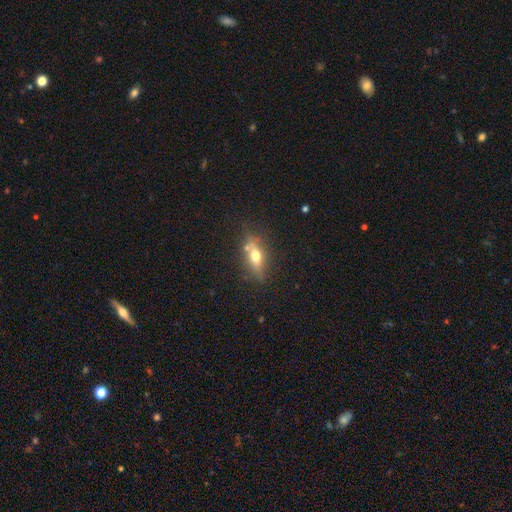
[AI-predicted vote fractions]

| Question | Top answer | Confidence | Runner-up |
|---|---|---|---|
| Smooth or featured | smooth | 55% | featured or disk (34%) |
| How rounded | in between | 68% | cigar-shaped (24%) |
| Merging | none | 70% | minor disturbance (16%) |